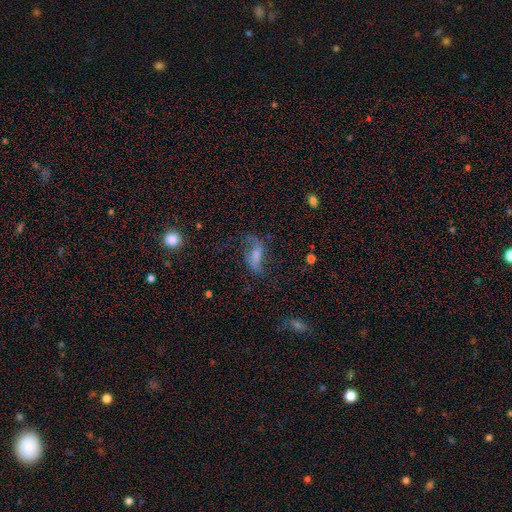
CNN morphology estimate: Overall: featured or disk (55%; smooth 32%). Edge-on disk: no (93%). Bar: weak (42%; no 36%). Spiral arms: yes (77%). Bulge size: none (34%; moderate 27%). Merging: none (42%; major disturbance 34%).